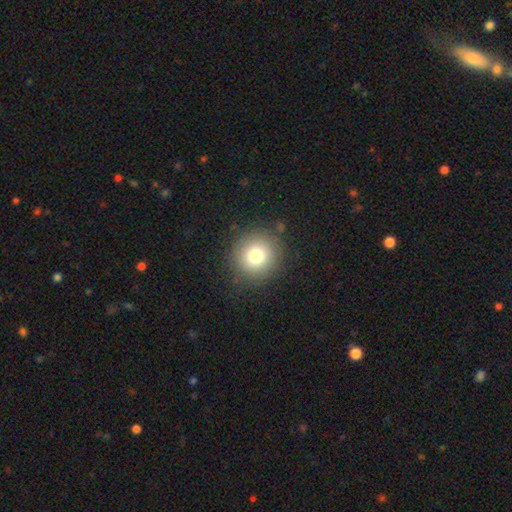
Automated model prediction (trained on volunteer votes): Smooth or featured?
  - smooth: 78% *
  - star or artifact: 12%
  - featured or disk: 10%
How rounded?
  - round: 93% *
  - in between: 6%
  - cigar-shaped: 1%
Merging?
  - none: 87% *
  - minor disturbance: 8%
  - major disturbance: 3%
  - merger: 2%